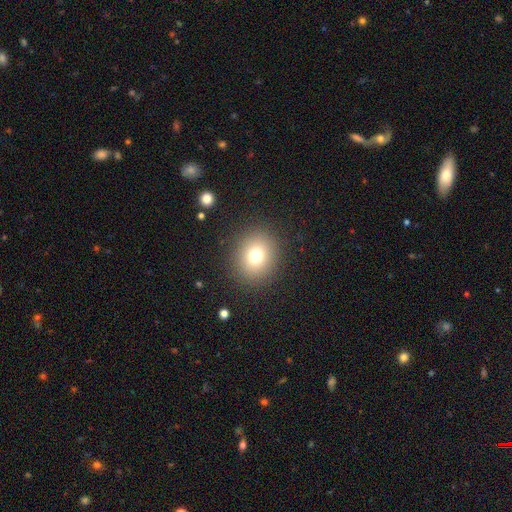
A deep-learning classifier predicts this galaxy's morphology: Smooth or featured? smooth (75%)
How rounded? round (75%)
Merging? none (89%)